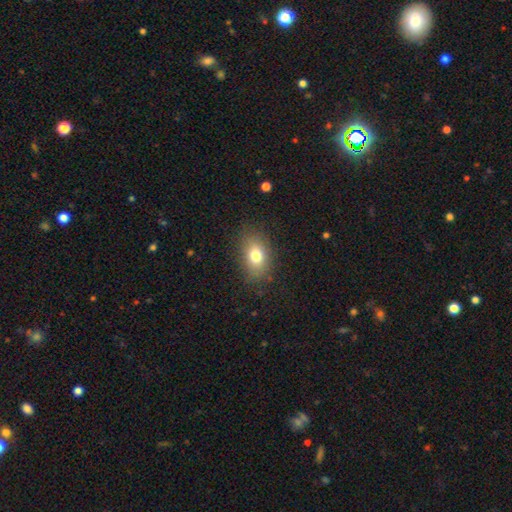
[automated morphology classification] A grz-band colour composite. It shows a smooth galaxy with no disk features (77%) that is in between round and cigar-shaped (83%). Merging: none (81%).